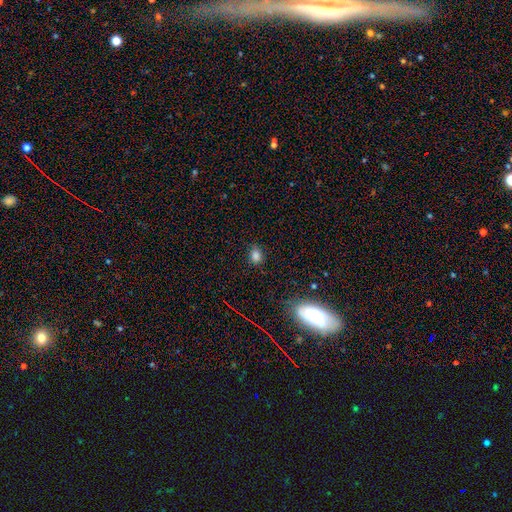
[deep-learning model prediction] This is likely a smooth galaxy (79%). How rounded: possibly in between (57%). Merging: likely none (79%).